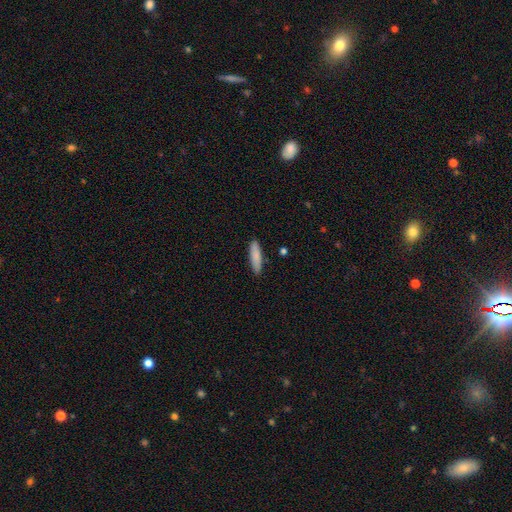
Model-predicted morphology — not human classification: This appears to be a smooth galaxy with no disk features (84%) that is cigar-shaped (71%). Merging: none (86%).